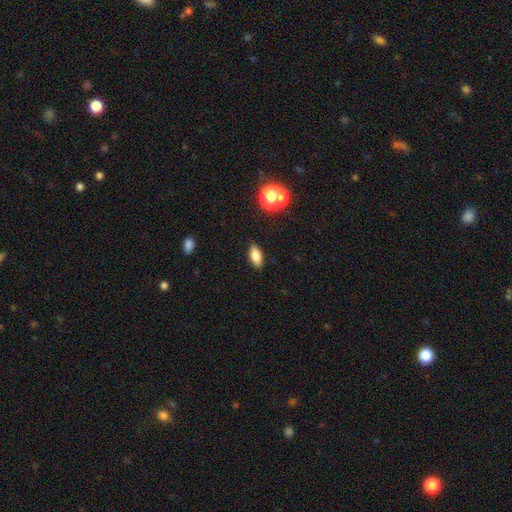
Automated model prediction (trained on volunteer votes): This appears to be a smooth galaxy with no disk features (78%) that is in between round and cigar-shaped (83%). Merging: none (86%).